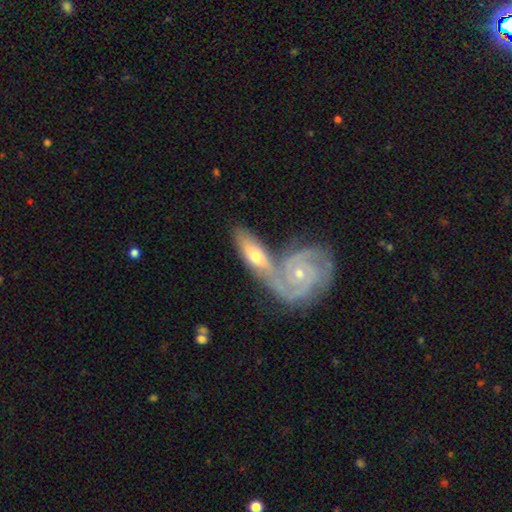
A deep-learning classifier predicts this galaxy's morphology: smooth_or_featured: featured or disk (p=0.67) [alt: smooth p=0.28]
disk_edge_on: no (p=0.81) [alt: yes p=0.19]
bar: no (p=0.76) [alt: weak p=0.18]
has_spiral_arms: yes (p=0.81) [alt: no p=0.19]
bulge_size: moderate (p=0.52) [alt: small p=0.42]
merging: merger (p=0.49) [alt: none p=0.35]